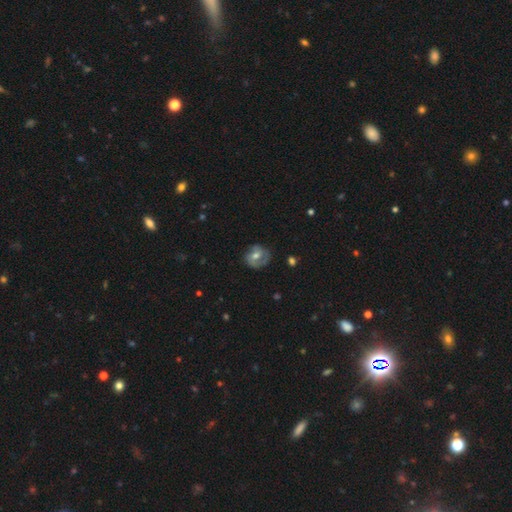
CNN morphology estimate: The model was most divided on "smooth or featured": featured or disk: 51%, smooth: 41%, star or artifact: 7%. More confident: edge-on disk — no (96%); merging — none (64%).